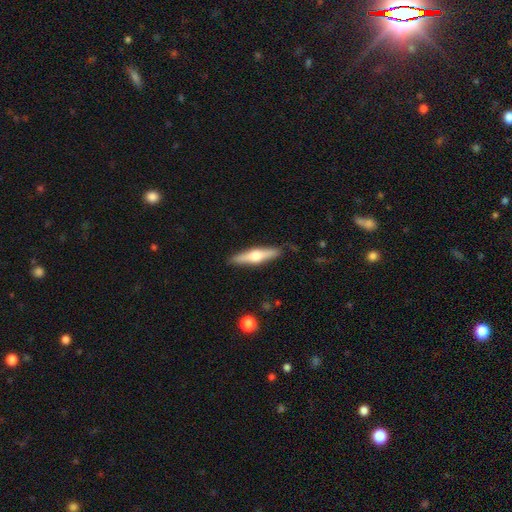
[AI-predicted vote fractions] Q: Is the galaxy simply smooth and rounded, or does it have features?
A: featured or disk — 59%.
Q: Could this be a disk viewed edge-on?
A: yes — 96%.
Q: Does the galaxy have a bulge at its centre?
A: rounded — 94%.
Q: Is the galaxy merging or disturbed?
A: none — 88%.